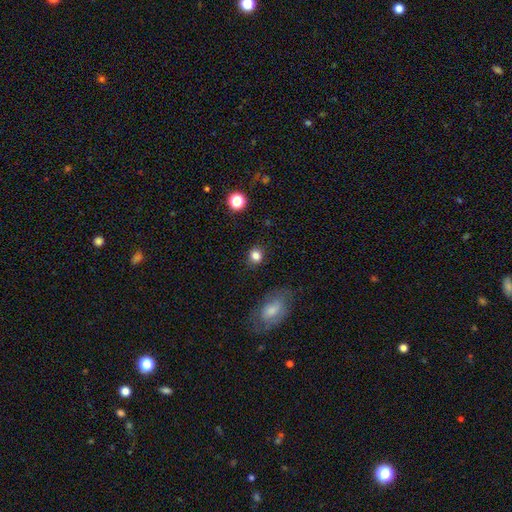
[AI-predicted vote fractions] A smooth galaxy with no disk features (83%) that is round (73%).

Vote fractions:
- Smooth or featured? smooth: 83% / star or artifact: 11% / featured or disk: 6%
- How rounded? round: 73% / in between: 25% / cigar-shaped: 1%
- Merging? none: 84% / minor disturbance: 10% / major disturbance: 3% / merger: 2%